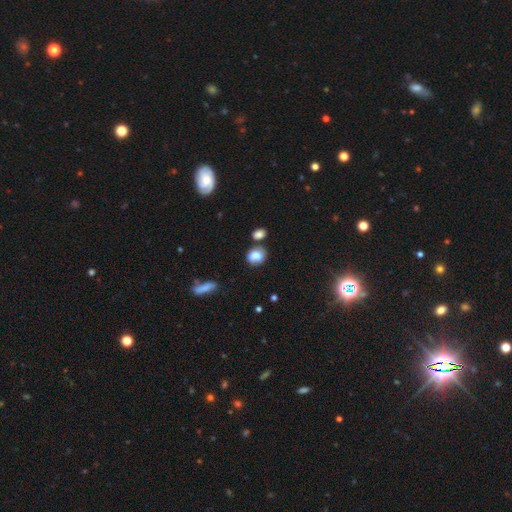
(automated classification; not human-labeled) Morphology: type=smooth (79%); roundness=round (59%); merging=none (63%).